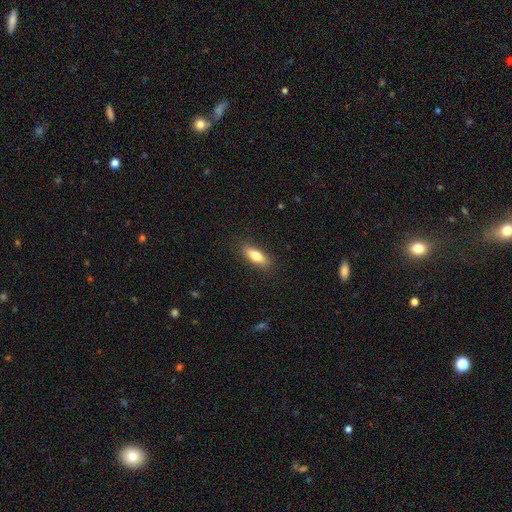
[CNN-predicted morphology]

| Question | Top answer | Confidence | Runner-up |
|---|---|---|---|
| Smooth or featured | smooth | 74% | featured or disk (19%) |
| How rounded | in between | 61% | cigar-shaped (36%) |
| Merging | none | 86% | minor disturbance (10%) |